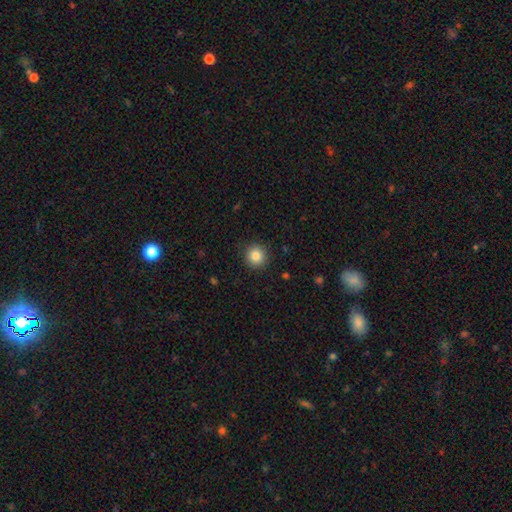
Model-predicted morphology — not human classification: This appears to be a smooth galaxy with no disk features (85%) that is round (94%). Merging: none (91%).